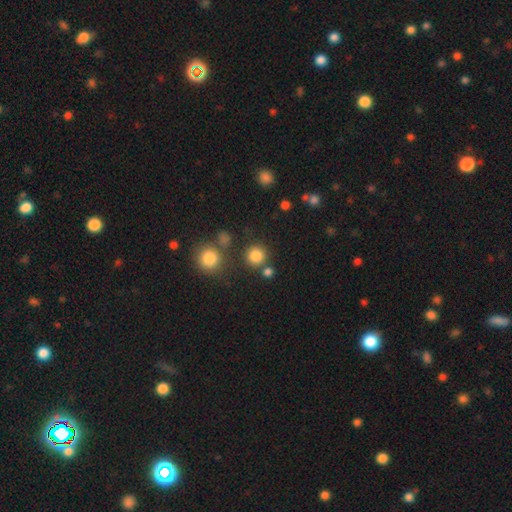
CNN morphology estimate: smooth_or_featured: smooth (p=0.82) [alt: star or artifact p=0.13]
how_rounded: round (p=0.93) [alt: in between p=0.06]
merging: none (p=0.80) [alt: merger p=0.09]